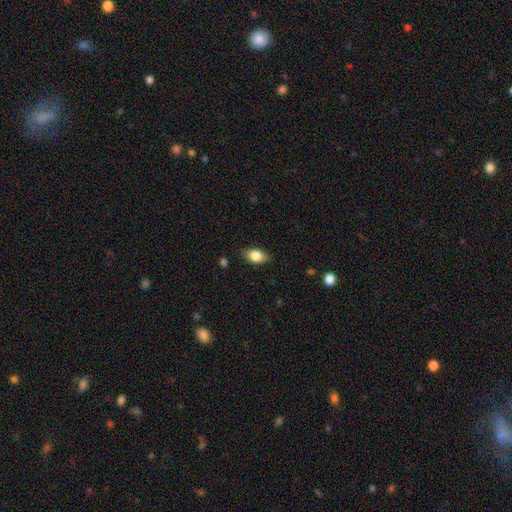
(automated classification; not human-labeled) Smooth or featured?
  - smooth: 78% *
  - featured or disk: 15%
  - star or artifact: 7%
How rounded?
  - in between: 83% *
  - round: 13%
  - cigar-shaped: 4%
Merging?
  - none: 78% *
  - minor disturbance: 18%
  - major disturbance: 4%
  - merger: 1%